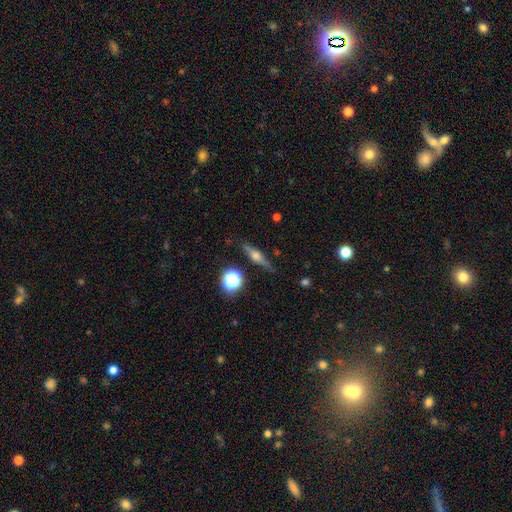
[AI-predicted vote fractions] featured or disk 67%, smooth 24%, star or artifact 10%. Down the decision tree: edge-on disk — yes (96%); edge-on bulge — rounded (90%); merging — none (85%).